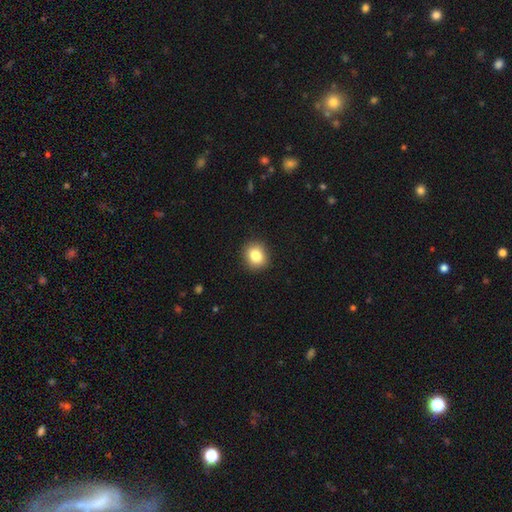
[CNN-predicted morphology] Smooth or featured? smooth (83%)
How rounded? round (71%)
Merging? none (90%)